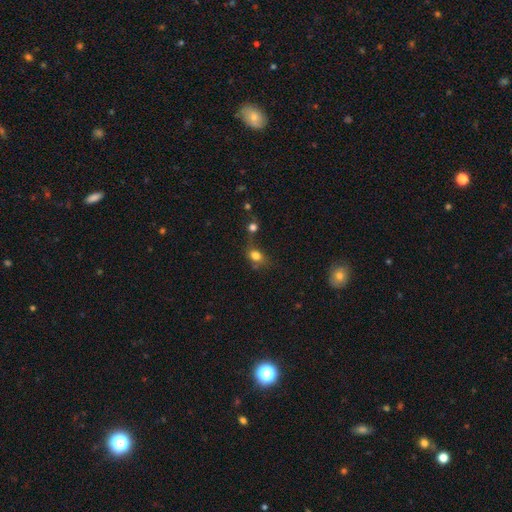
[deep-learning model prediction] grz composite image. It shows a smooth galaxy with no disk features (78%) that is in between round and cigar-shaped (53%). Merging: none (41%).